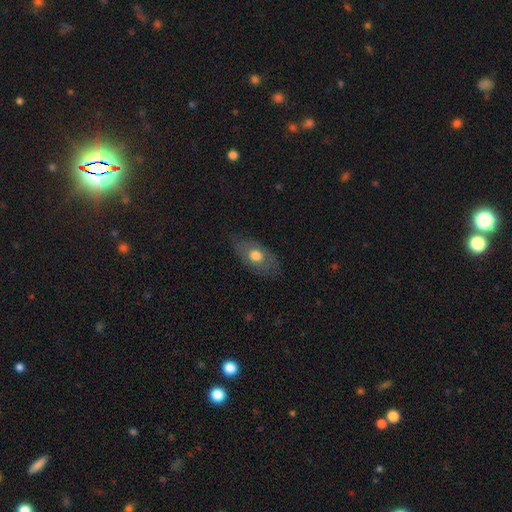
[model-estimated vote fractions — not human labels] A smooth galaxy with no disk features (64%) that is in between round and cigar-shaped (85%). Merging: none (74%).